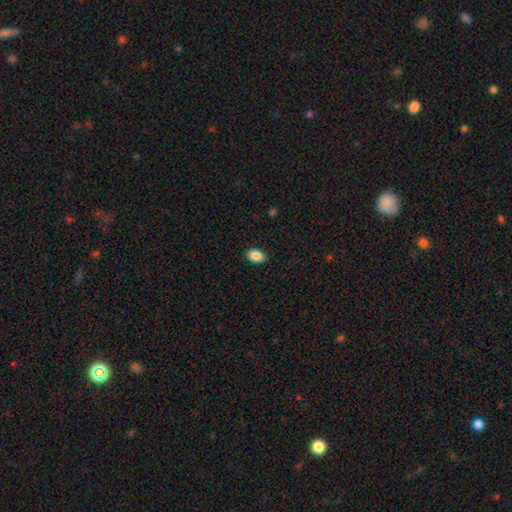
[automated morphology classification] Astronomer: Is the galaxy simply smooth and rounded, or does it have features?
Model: smooth — 87%.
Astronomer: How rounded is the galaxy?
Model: in between — 87%.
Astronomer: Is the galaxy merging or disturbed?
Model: none — 88%.